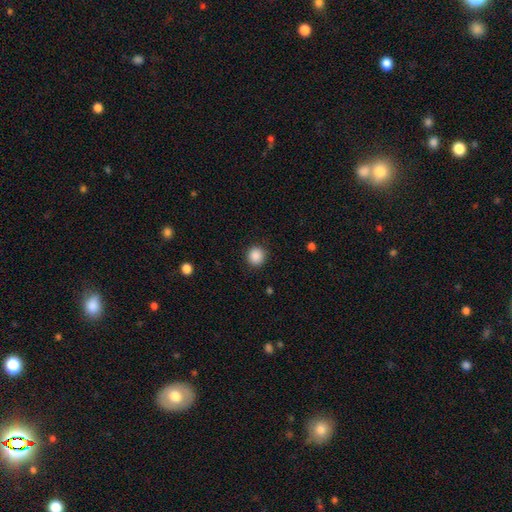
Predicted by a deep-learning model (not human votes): Q: Smooth or featured?
A: smooth (88%); runner-up: star or artifact (9%)
Q: How rounded?
A: round (91%); runner-up: in between (8%)
Q: Merging?
A: none (90%); runner-up: minor disturbance (7%)